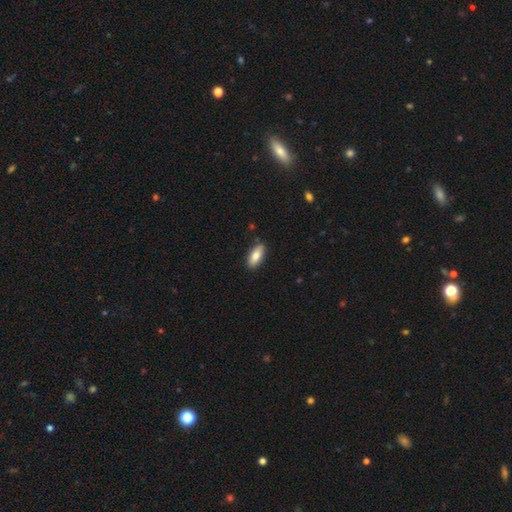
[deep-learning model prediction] smooth 82%, featured or disk 12%, star or artifact 6%. Down the decision tree: how rounded — in between (80%); merging — none (86%).